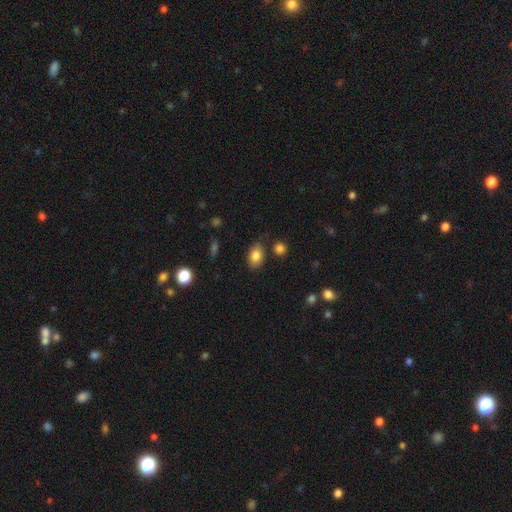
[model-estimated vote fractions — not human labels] Morphology: type=smooth (83%); roundness=in between (82%); merging=none (79%).